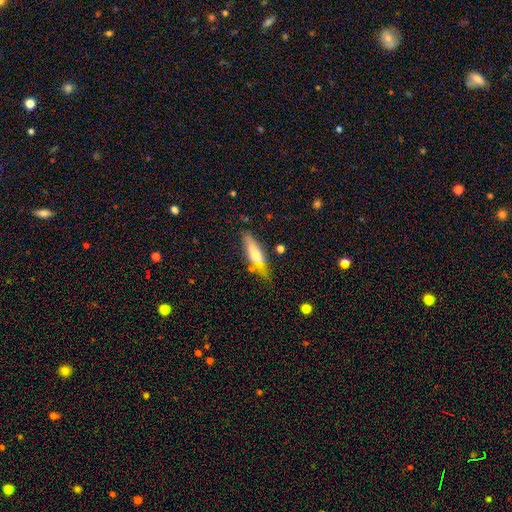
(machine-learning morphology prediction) smooth 55%, featured or disk 38%, star or artifact 7%. Down the decision tree: how rounded — cigar-shaped (65%); merging — none (73%).